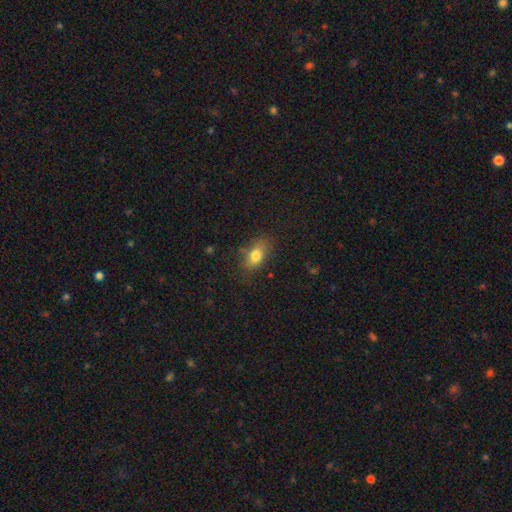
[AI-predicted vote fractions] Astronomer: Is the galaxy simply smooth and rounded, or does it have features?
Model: smooth — 79%.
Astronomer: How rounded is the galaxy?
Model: in between — 84%.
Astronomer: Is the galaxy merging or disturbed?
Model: none — 72%.